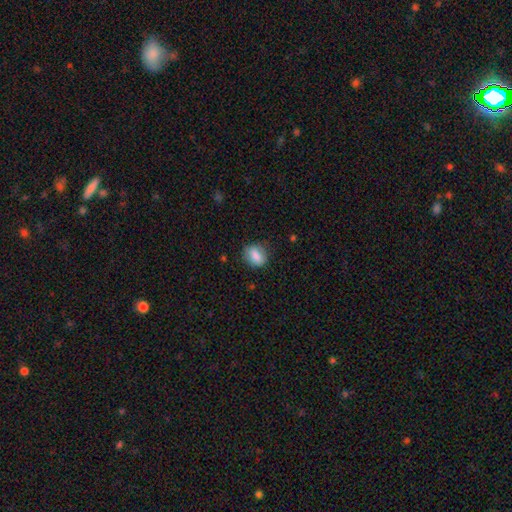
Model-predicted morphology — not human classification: Smooth or featured: smooth — 83% (featured or disk — 9%)
How rounded: in between — 58% (round — 40%)
Merging: none — 78% (minor disturbance — 17%)